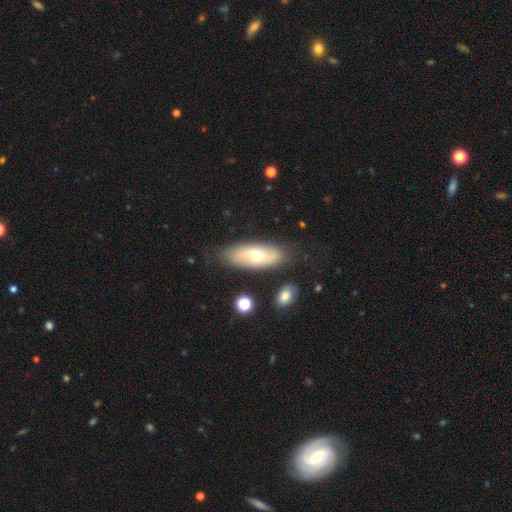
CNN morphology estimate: A smooth galaxy with no disk features (57%) that is in between round and cigar-shaped (79%). Merging: none (78%).